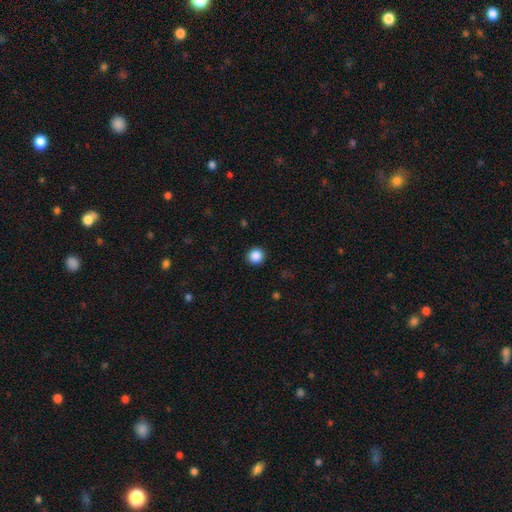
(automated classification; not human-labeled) smooth 88%, star or artifact 10%, featured or disk 3%. Down the decision tree: how rounded — round (92%); merging — none (92%).